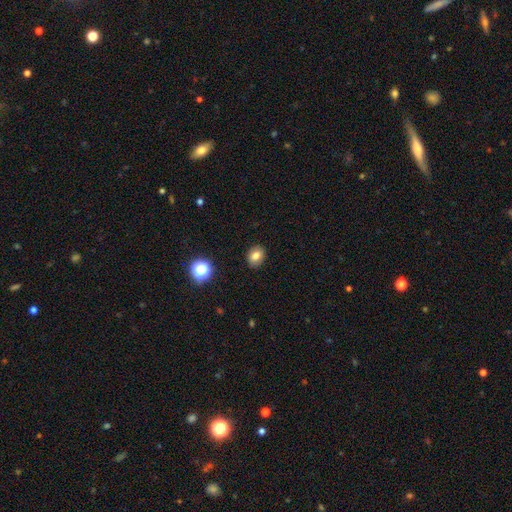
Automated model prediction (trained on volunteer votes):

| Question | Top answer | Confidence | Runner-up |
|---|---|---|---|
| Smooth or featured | smooth | 79% | star or artifact (12%) |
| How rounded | in between | 55% | round (44%) |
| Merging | none | 89% | minor disturbance (8%) |